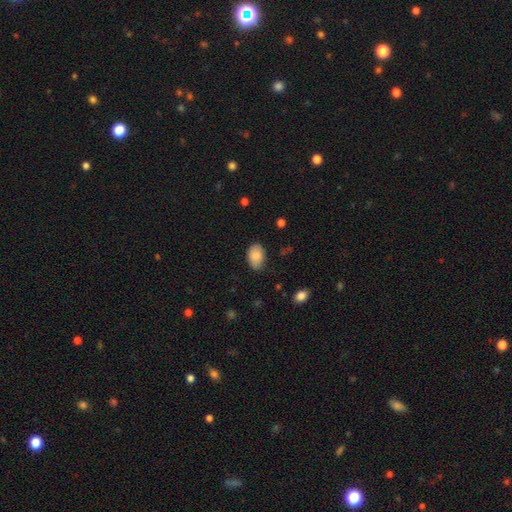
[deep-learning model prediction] This appears to be a smooth galaxy with no disk features (87%) that is in between round and cigar-shaped (87%). Merging: none (78%).